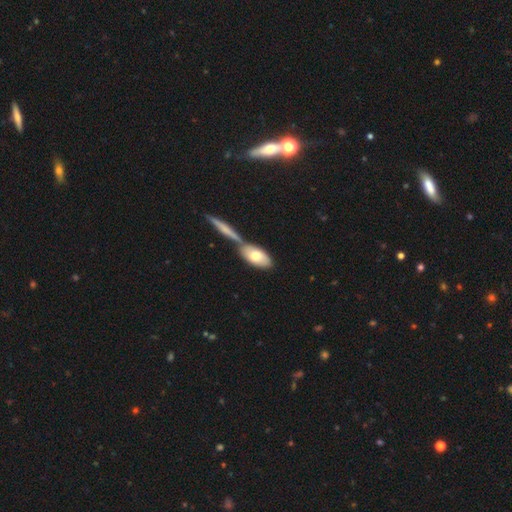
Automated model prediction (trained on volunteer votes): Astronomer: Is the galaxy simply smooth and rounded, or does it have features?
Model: smooth — 71%.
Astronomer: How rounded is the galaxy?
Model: in between — 87%.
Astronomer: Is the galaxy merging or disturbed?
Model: none — 47% (runner-up: merger, 38%).